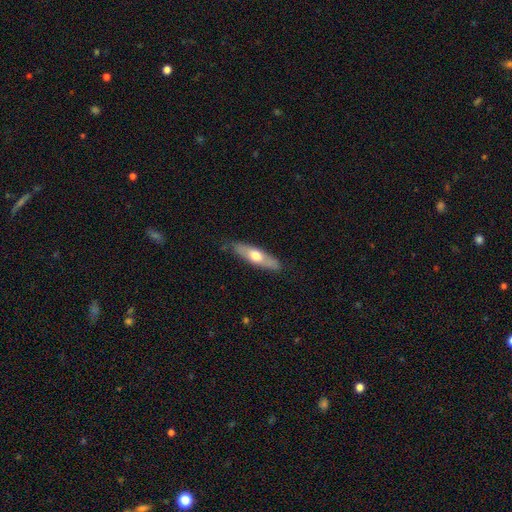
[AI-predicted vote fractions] smooth-or-featured: smooth: 54% | featured or disk: 41% | star or artifact: 5%
  how-rounded: cigar-shaped: 62% | in between: 36% | round: 2%
  merging: none: 81% | minor disturbance: 15% | major disturbance: 3% | merger: 1%